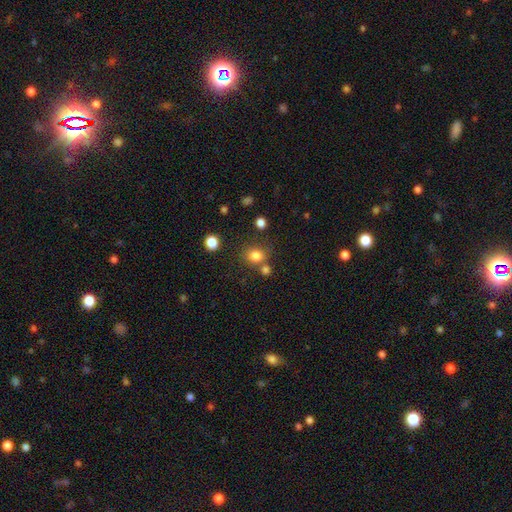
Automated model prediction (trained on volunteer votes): Overall: smooth (81%). How rounded: round (75%). Merging: none (69%).